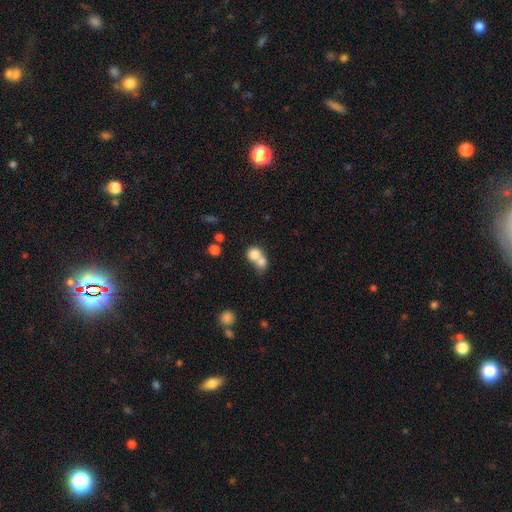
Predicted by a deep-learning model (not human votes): Q: Smooth or featured?
A: smooth (76%); runner-up: featured or disk (14%)
Q: How rounded?
A: round (72%); runner-up: in between (27%)
Q: Merging?
A: merger (66%); runner-up: none (25%)